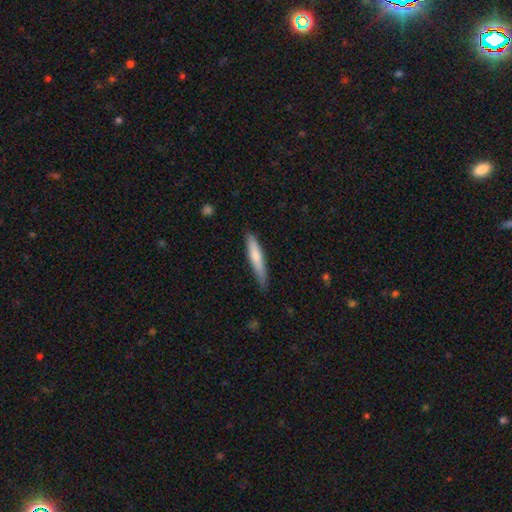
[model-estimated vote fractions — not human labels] A smooth galaxy with no disk features (70%) that is cigar-shaped (90%). Merging: none (73%).